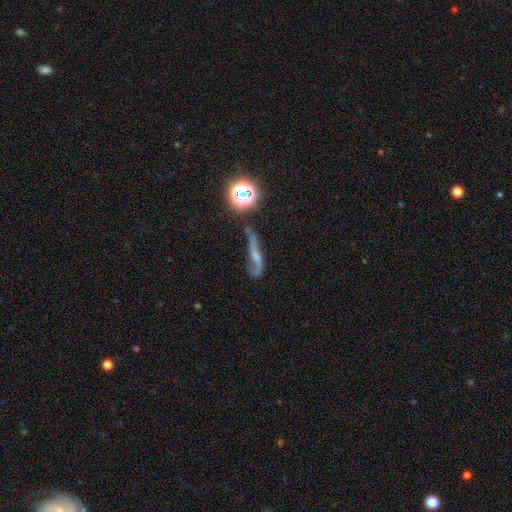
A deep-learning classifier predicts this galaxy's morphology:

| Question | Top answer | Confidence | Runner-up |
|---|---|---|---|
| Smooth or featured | featured or disk | 60% | smooth (23%) |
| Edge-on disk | no | 66% | yes (34%) |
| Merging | none | 49% | minor disturbance (23%) |